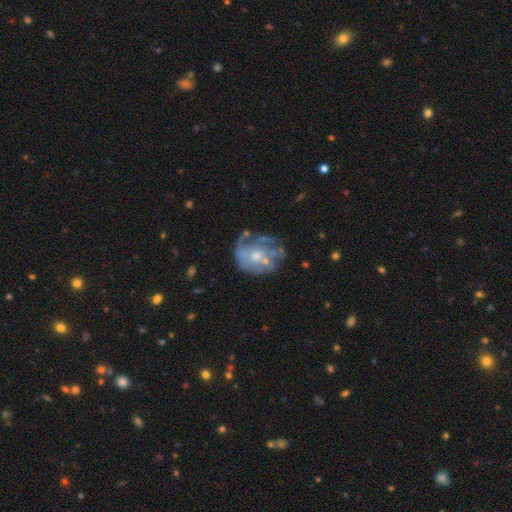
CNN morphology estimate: featured or disk 71%, smooth 19%, star or artifact 10%. Down the decision tree: edge-on disk — no (97%); bar — no (78%); spiral arms — yes (57%); bulge size — small (47%); merging — none (53%).